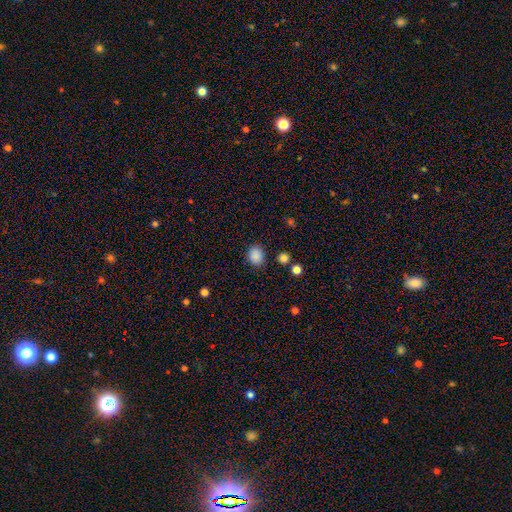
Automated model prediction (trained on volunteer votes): This is clearly a smooth galaxy (87%). How rounded: likely round (65%). Merging: clearly none (85%).